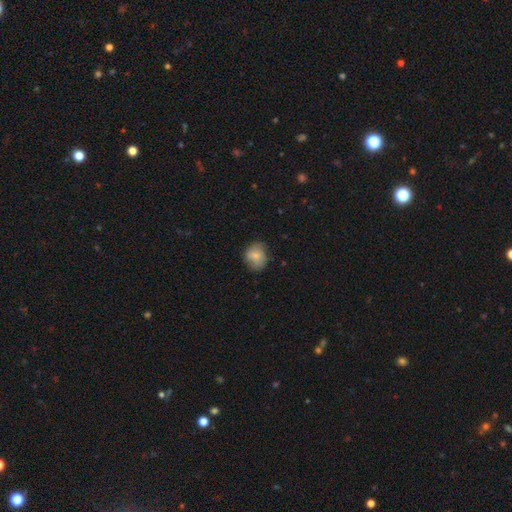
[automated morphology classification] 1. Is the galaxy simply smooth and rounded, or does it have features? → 78% smooth, 14% featured or disk, 8% star or artifact.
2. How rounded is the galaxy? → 66% round, 33% in between, 1% cigar-shaped.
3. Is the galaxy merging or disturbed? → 71% none, 23% minor disturbance, 5% major disturbance, 1% merger.